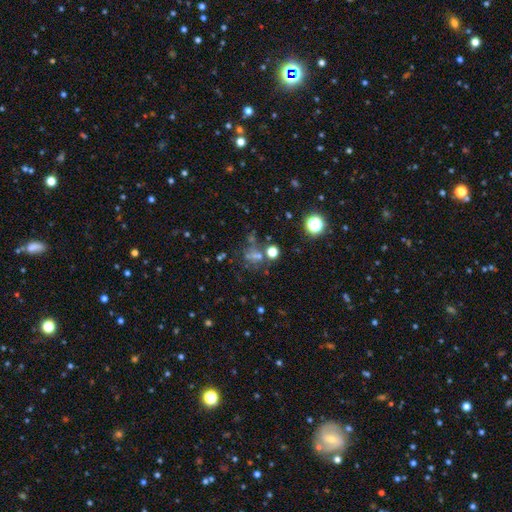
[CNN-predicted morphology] smooth 41% (tied), star or artifact 41% (tied), featured or disk 17%. Down the decision tree: merging — none (54%).